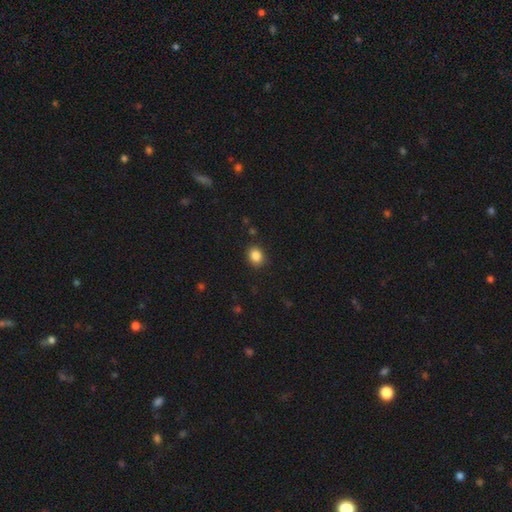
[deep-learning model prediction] Smooth or featured?
  - smooth: 86% *
  - star or artifact: 10%
  - featured or disk: 4%
How rounded?
  - round: 55% *
  - in between: 44%
  - cigar-shaped: 1%
Merging?
  - none: 88% *
  - minor disturbance: 8%
  - major disturbance: 2%
  - merger: 1%